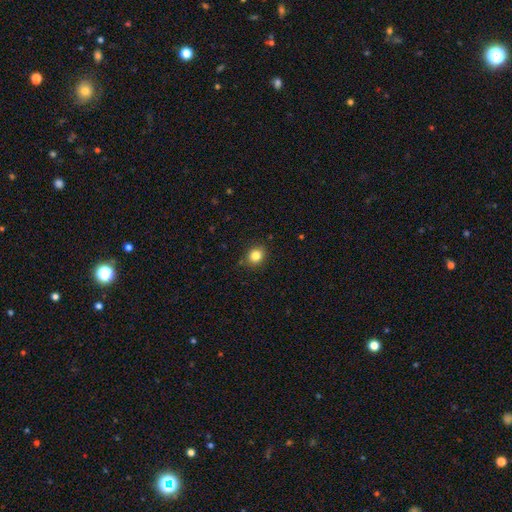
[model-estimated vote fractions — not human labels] This appears to be a smooth galaxy with no disk features (83%) that is round (67%). Merging: none (88%).